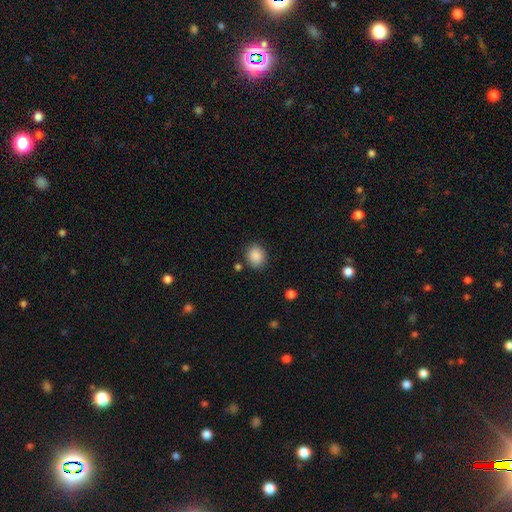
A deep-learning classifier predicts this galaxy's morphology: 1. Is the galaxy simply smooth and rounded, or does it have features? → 88% smooth, 8% star or artifact, 3% featured or disk.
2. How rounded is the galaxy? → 63% round, 36% in between, 1% cigar-shaped.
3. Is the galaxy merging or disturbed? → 82% none, 11% minor disturbance, 3% major disturbance, 3% merger.